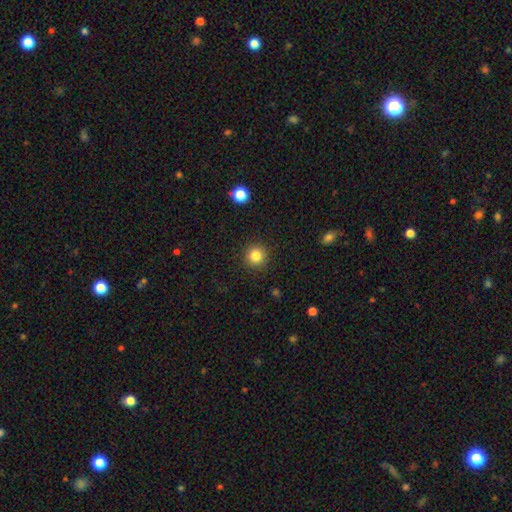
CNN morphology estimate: smooth_or_featured: smooth (p=0.83) [alt: star or artifact p=0.12]
how_rounded: round (p=0.94) [alt: in between p=0.05]
merging: none (p=0.91) [alt: minor disturbance p=0.06]